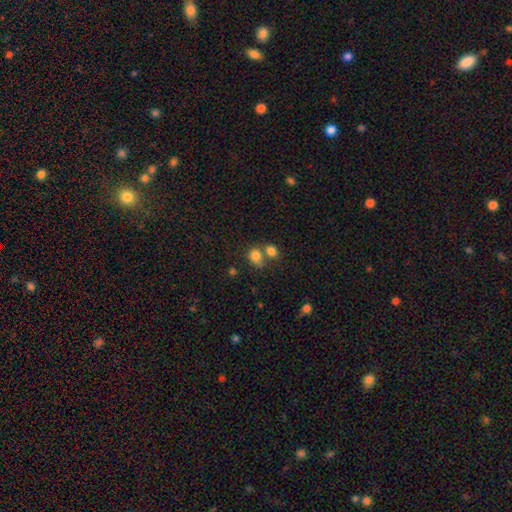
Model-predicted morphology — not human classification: type=smooth (80%); roundness=round (60%); merging=merger (44%).